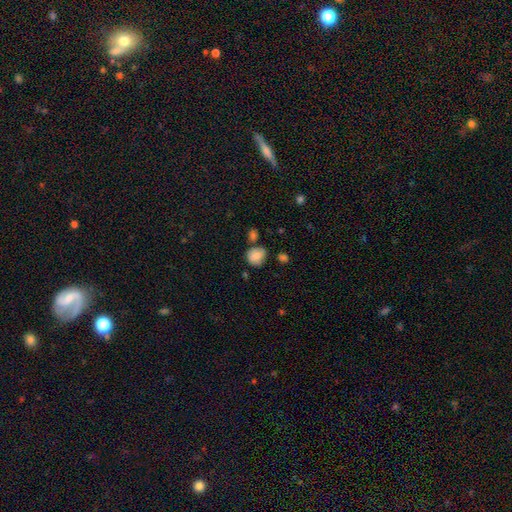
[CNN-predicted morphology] Smooth or featured: smooth — 79% (featured or disk — 13%)
How rounded: round — 75% (in between — 24%)
Merging: none — 59% (minor disturbance — 24%)